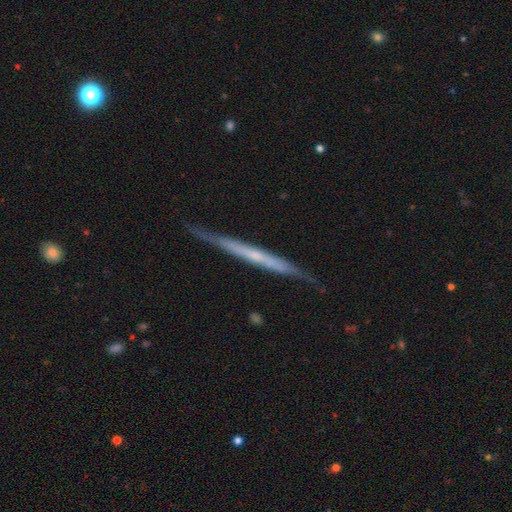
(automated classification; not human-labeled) Q: Smooth or featured?
A: featured or disk (68%); runner-up: smooth (26%)
Q: Edge-on disk?
A: yes (95%); runner-up: no (5%)
Q: Edge-on bulge?
A: none (74%); runner-up: rounded (20%)
Q: Merging?
A: none (81%); runner-up: minor disturbance (15%)